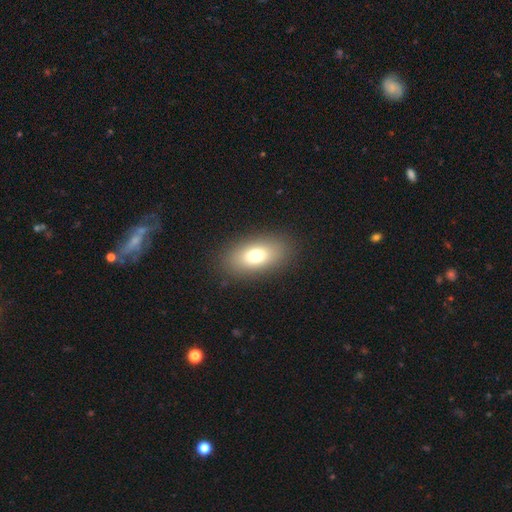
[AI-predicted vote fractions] smooth 74%, featured or disk 16%, star or artifact 11%. Down the decision tree: how rounded — in between (88%); merging — none (87%).